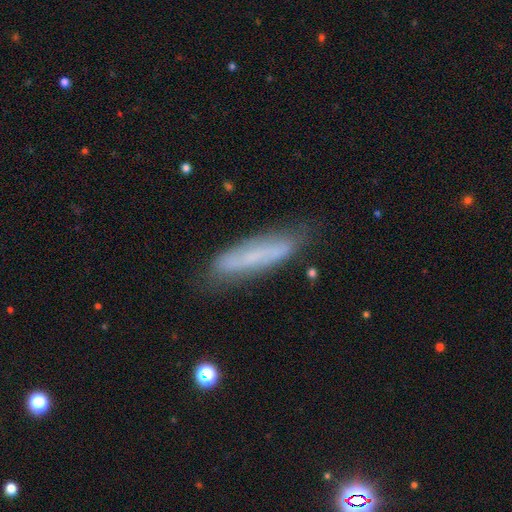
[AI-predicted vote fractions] The model was most divided on "smooth or featured": smooth: 53%, featured or disk: 38%, star or artifact: 9%. More confident: how rounded — cigar-shaped (79%); merging — none (74%).